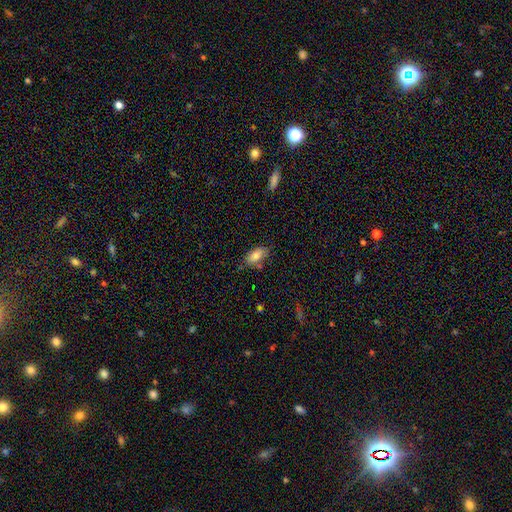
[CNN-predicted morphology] Smooth or featured? Predicted: smooth (p=0.80). How rounded? Predicted: in between (p=0.90). Merging? Predicted: none (p=0.71).